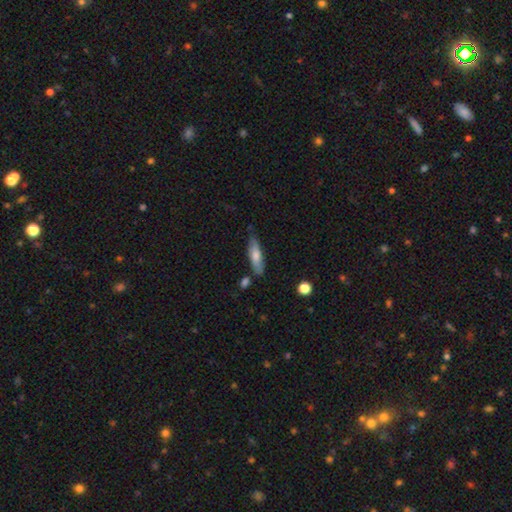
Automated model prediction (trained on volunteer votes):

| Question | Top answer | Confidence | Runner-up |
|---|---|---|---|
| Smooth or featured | smooth | 69% | featured or disk (26%) |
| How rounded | cigar-shaped | 59% | in between (39%) |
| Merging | none | 71% | minor disturbance (20%) |